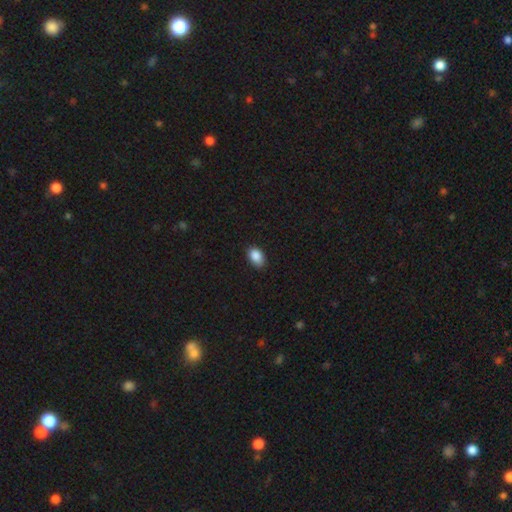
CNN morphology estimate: A smooth galaxy with no disk features (88%) that is in between round and cigar-shaped (84%).

Vote fractions:
- Smooth or featured? smooth: 88% / star or artifact: 8% / featured or disk: 4%
- How rounded? in between: 84% / round: 15% / cigar-shaped: 1%
- Merging? none: 82% / minor disturbance: 15% / major disturbance: 2% / merger: 1%